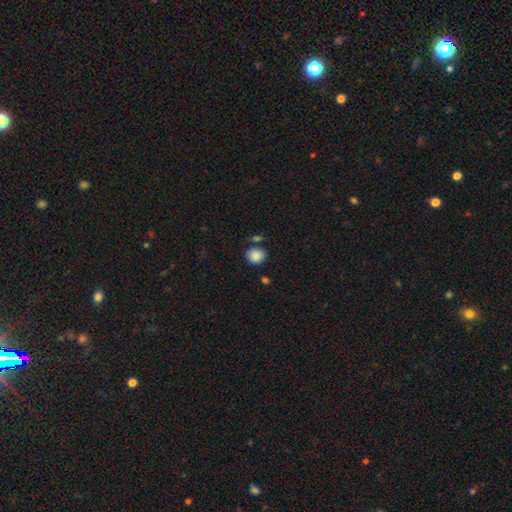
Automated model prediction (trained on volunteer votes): Smooth or featured? Predicted: smooth (p=0.87). How rounded? Predicted: round (p=0.79). Merging? Predicted: none (p=0.74).